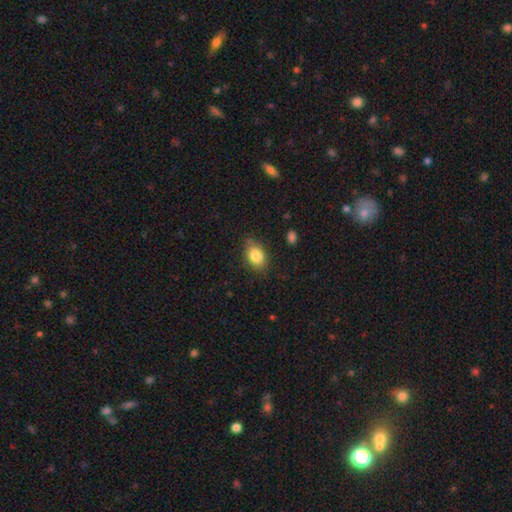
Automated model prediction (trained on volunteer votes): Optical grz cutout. It shows a smooth galaxy with no disk features (83%) that is in between round and cigar-shaped (78%). Merging: none (76%).